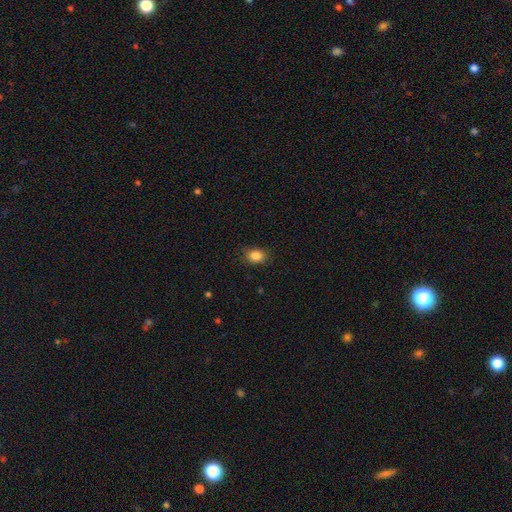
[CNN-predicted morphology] smooth-or-featured: smooth: 86% | star or artifact: 10% | featured or disk: 5%
  how-rounded: in between: 60% | round: 39% | cigar-shaped: 1%
  merging: none: 86% | minor disturbance: 10% | major disturbance: 3% | merger: 1%